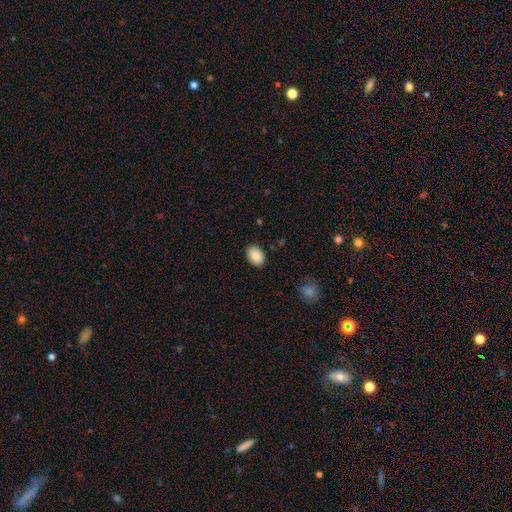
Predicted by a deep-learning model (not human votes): Smooth or featured?
  - smooth: 88% *
  - star or artifact: 8%
  - featured or disk: 5%
How rounded?
  - in between: 69% *
  - round: 30%
  - cigar-shaped: 1%
Merging?
  - none: 88% *
  - minor disturbance: 8%
  - major disturbance: 2%
  - merger: 1%